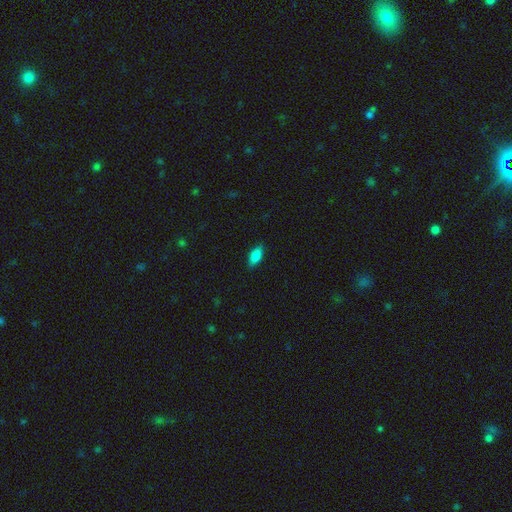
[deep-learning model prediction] Morphology: type=smooth (83%); roundness=in between (85%); merging=none (87%).